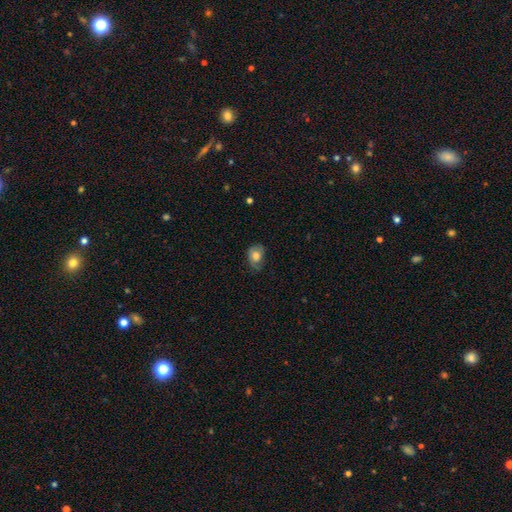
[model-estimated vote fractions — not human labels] Smooth or featured?
  - smooth: 66% *
  - featured or disk: 26%
  - star or artifact: 8%
How rounded?
  - in between: 70% *
  - round: 28%
  - cigar-shaped: 1%
Merging?
  - none: 59% *
  - minor disturbance: 29%
  - major disturbance: 11%
  - merger: 1%